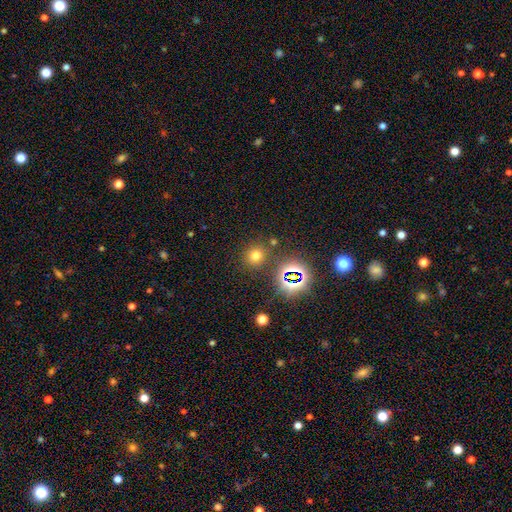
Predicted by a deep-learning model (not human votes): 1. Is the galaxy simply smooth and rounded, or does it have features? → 65% smooth, 27% star or artifact, 8% featured or disk.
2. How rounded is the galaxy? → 88% round, 11% in between, 1% cigar-shaped.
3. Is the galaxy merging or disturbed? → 83% none, 8% minor disturbance, 5% merger, 4% major disturbance.